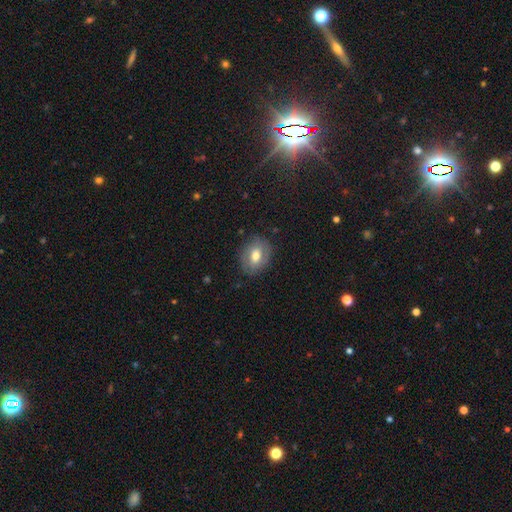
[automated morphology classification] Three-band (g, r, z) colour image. It shows a smooth galaxy with no disk features (61%) that is in between round and cigar-shaped (57%). Merging: none (79%).